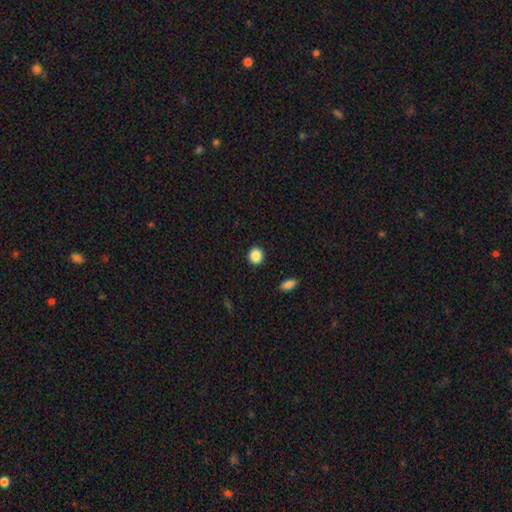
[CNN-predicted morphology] smooth_or_featured: smooth (p=0.88) [alt: star or artifact p=0.09]
how_rounded: round (p=0.87) [alt: in between p=0.12]
merging: none (p=0.92) [alt: minor disturbance p=0.05]